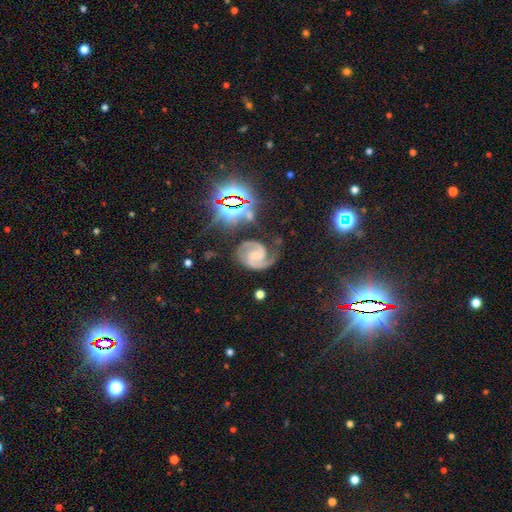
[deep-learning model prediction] A featured or disk galaxy (87%) with no bar (56%), 2 (89%) medium (52%) spiral arms (98%) and a small central bulge (46%). Merging: none (66%).